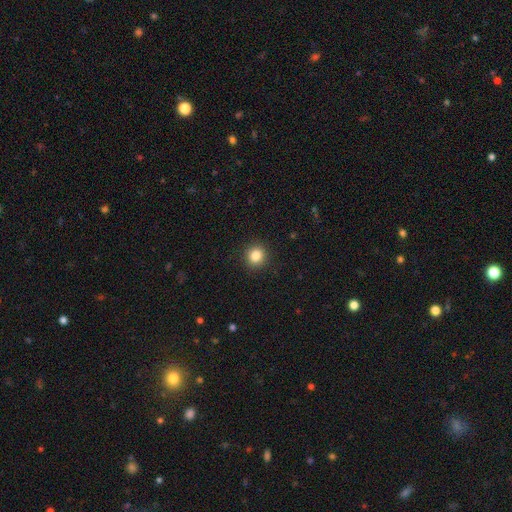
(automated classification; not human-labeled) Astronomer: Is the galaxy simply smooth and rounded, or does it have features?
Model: smooth — 84%.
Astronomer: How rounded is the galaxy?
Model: round — 88%.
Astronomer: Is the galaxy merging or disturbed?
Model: none — 92%.